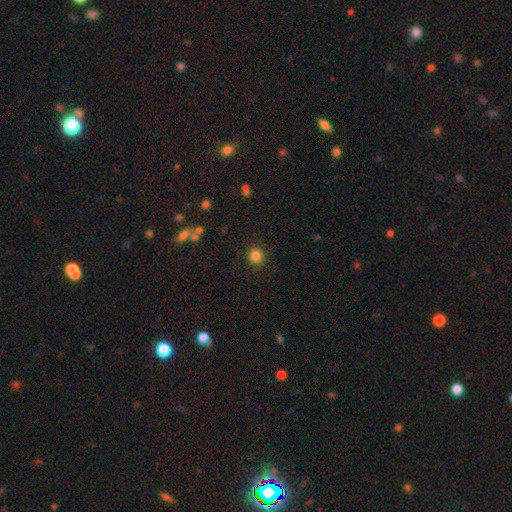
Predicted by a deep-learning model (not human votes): This is clearly a smooth galaxy (85%). How rounded: clearly round (85%). Merging: clearly none (89%).